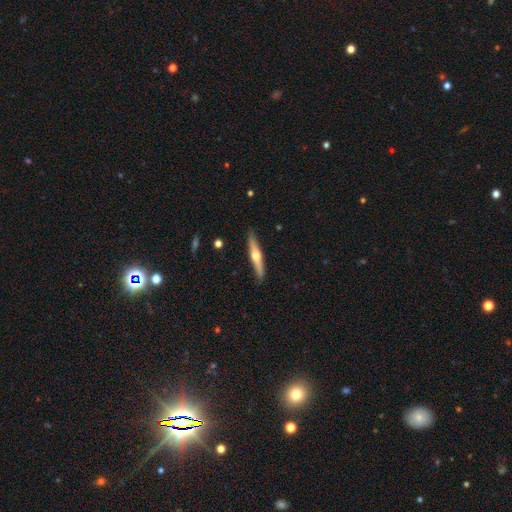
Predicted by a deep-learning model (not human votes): Smooth or featured? Predicted: featured or disk (p=0.62). Edge-on disk? Predicted: yes (p=0.96). Edge-on bulge? Predicted: rounded (p=0.93). Merging? Predicted: none (p=0.89).